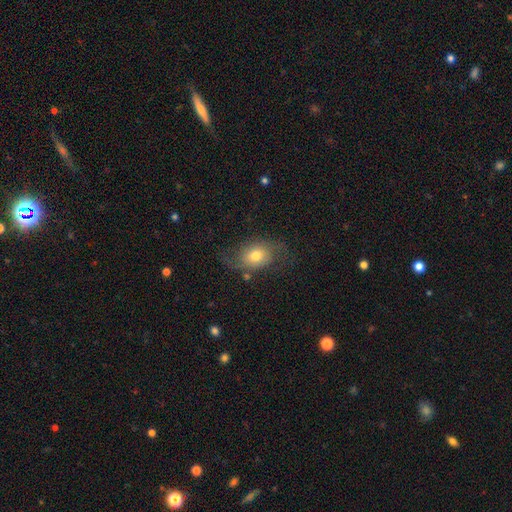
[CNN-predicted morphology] Smooth or featured? featured or disk (46%)
Merging? none (59%)